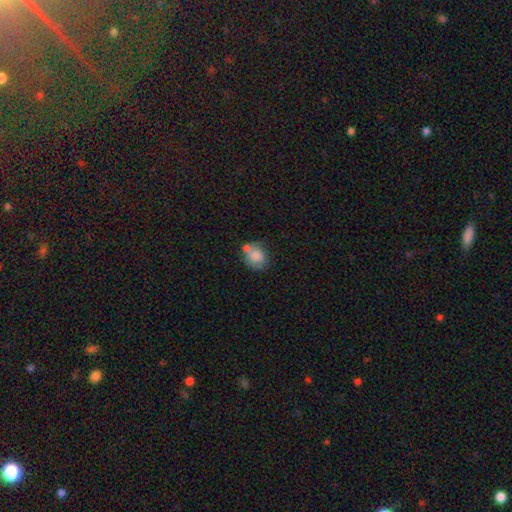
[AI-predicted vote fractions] Morphology: type=smooth (79%); roundness=round (56%); merging=none (44%).